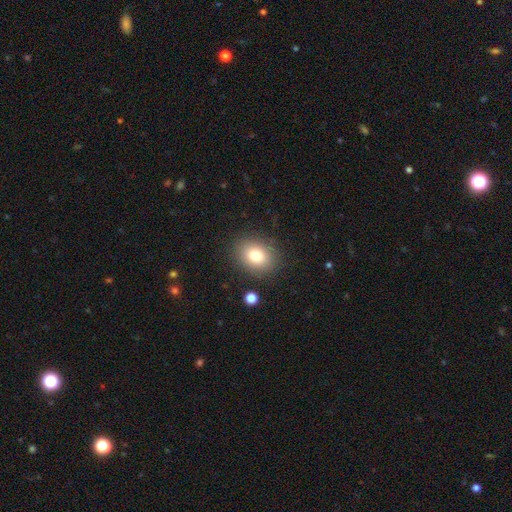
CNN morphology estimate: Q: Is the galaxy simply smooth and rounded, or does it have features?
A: smooth — 79%.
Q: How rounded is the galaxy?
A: in between — 53%.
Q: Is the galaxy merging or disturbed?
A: none — 86%.